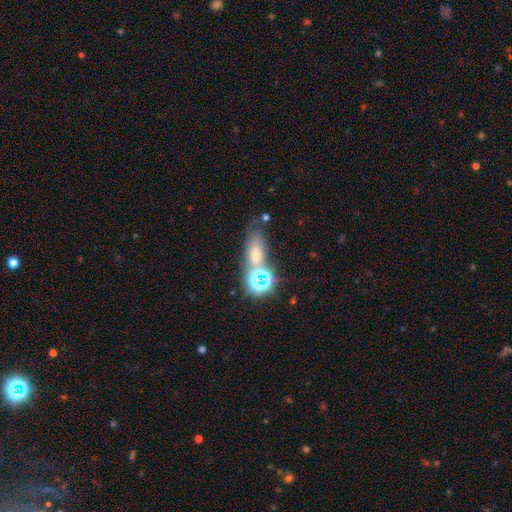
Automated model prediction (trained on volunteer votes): Morphology: type=smooth (54%); roundness=in between (66%); merging=none (53%).